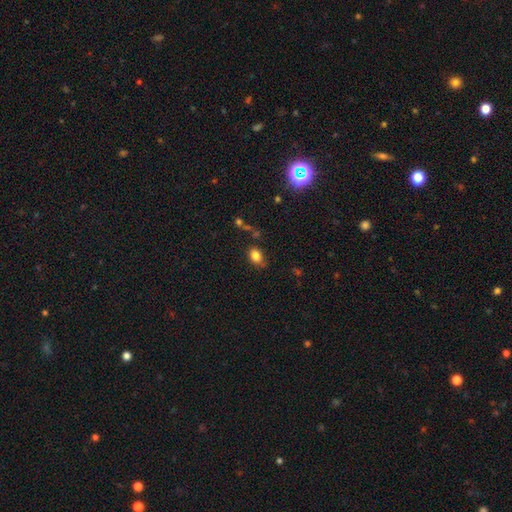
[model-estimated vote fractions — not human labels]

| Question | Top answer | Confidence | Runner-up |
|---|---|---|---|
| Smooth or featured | smooth | 82% | star or artifact (11%) |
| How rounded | in between | 69% | round (30%) |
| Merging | none | 73% | minor disturbance (18%) |